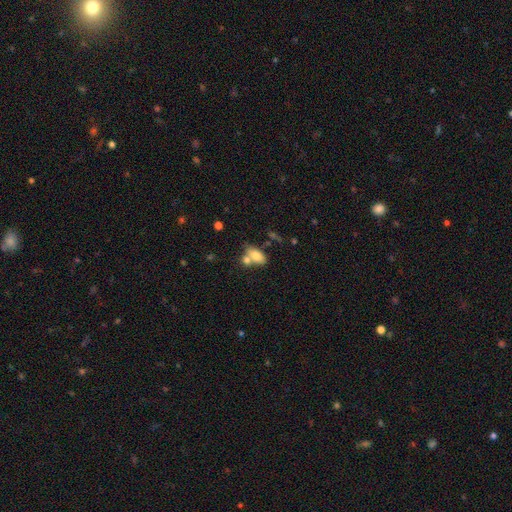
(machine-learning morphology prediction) smooth-or-featured: smooth: 74% | featured or disk: 18% | star or artifact: 8%
  how-rounded: in between: 86% | round: 8% | cigar-shaped: 6%
  merging: none: 41% (tied) | merger: 41% (tied) | minor disturbance: 13% | major disturbance: 5%